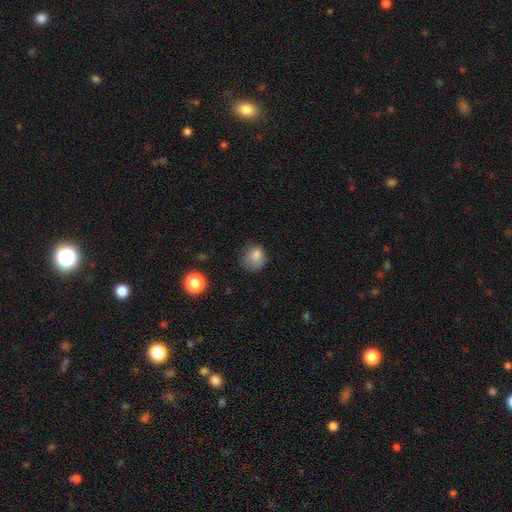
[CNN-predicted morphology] smooth 80%, star or artifact 11%, featured or disk 9%. Down the decision tree: how rounded — round (70%); merging — none (54%).